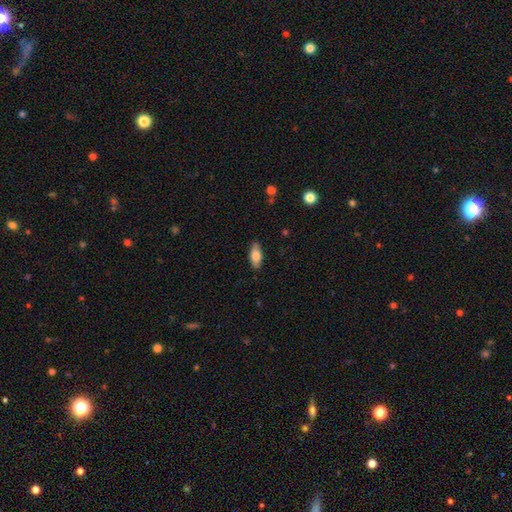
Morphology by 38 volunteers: smooth 76%, featured or disk 18%, star or artifact 5%. Down the decision tree: how rounded — in between (66%); merging — none (89%).